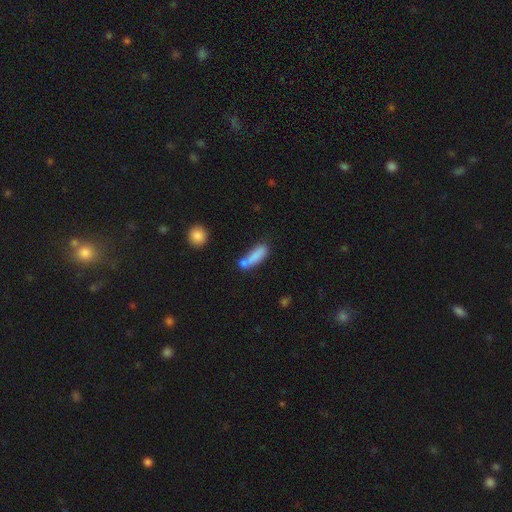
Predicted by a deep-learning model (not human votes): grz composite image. It shows a smooth galaxy with no disk features (79%) that is in between round and cigar-shaped (49%). Merging: none (40%).